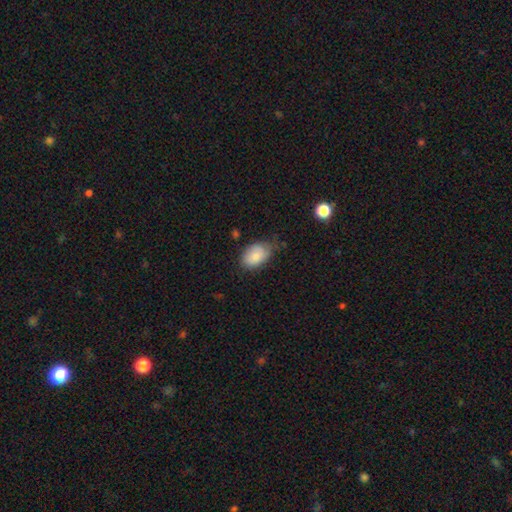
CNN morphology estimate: The model was most divided on "merging": none: 60%, minor disturbance: 32%, major disturbance: 6%, merger: 2%. More confident: how rounded — in between (87%); smooth or featured — smooth (82%).